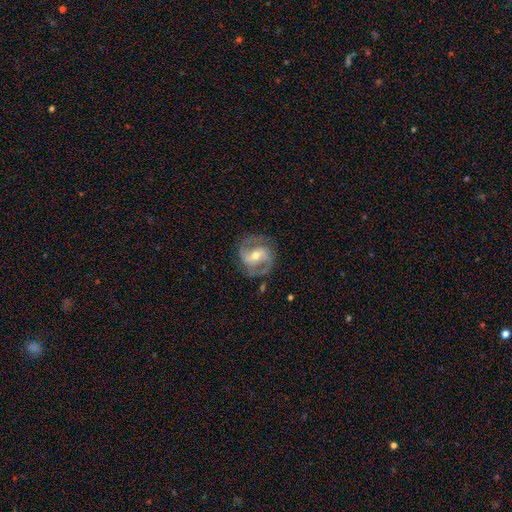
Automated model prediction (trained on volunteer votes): A featured or disk galaxy (87%) with a weak bar (45%), 2 (92%) medium (57%) spiral arms (96%) and a moderate central bulge (66%).

Vote fractions:
- Smooth or featured? featured or disk: 87% / smooth: 8% / star or artifact: 5%
- Edge-on disk? no: 98% / yes: 2%
- Bar? weak: 45% / strong: 30% / no: 26%
- Spiral arms? yes: 96% / no: 4%
- Spiral winding? medium: 57% / tight: 27% / loose: 16%
- Spiral arm count? 2: 92% / can't tell: 3% / 3: 2% / 1: 2% / 4: 1% / more than 4: 1%
- Bulge size? moderate: 66% / small: 28% / large: 4% / none: 1% / dominant: 1%
- Merging? none: 81% / minor disturbance: 13% / major disturbance: 5% / merger: 1%